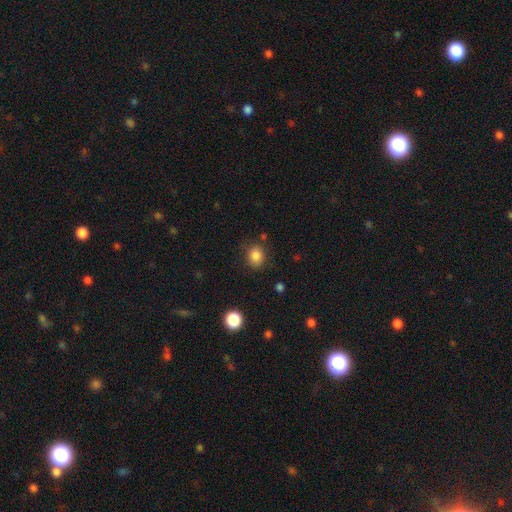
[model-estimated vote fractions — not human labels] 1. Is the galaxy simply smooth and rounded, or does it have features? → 85% smooth, 10% star or artifact, 5% featured or disk.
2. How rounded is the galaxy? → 60% round, 39% in between, 1% cigar-shaped.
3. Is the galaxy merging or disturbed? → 81% none, 12% minor disturbance, 4% major disturbance, 3% merger.